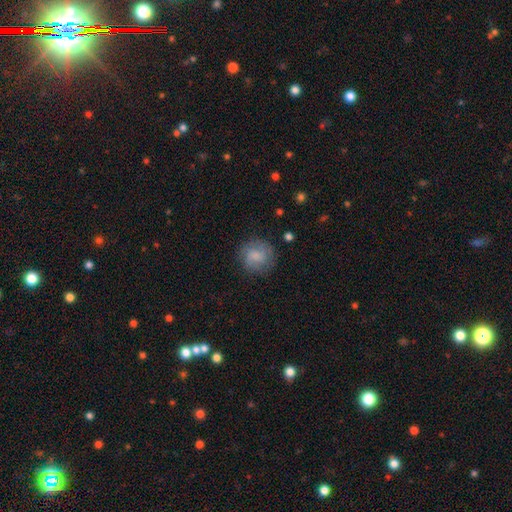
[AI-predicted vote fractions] smooth-or-featured: smooth: 63% | featured or disk: 28% | star or artifact: 8%
  how-rounded: round: 87% | in between: 12% | cigar-shaped: 1%
  merging: none: 75% | minor disturbance: 16% | major disturbance: 7% | merger: 1%